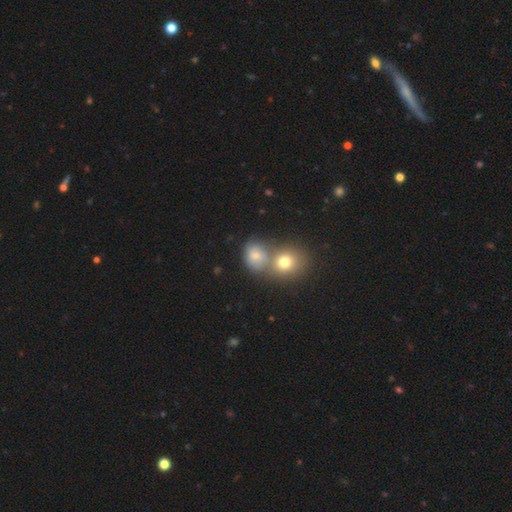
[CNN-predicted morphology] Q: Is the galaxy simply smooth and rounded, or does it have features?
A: smooth — 71%.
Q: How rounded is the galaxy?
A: round — 65%.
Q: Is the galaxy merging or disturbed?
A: merger — 46%.